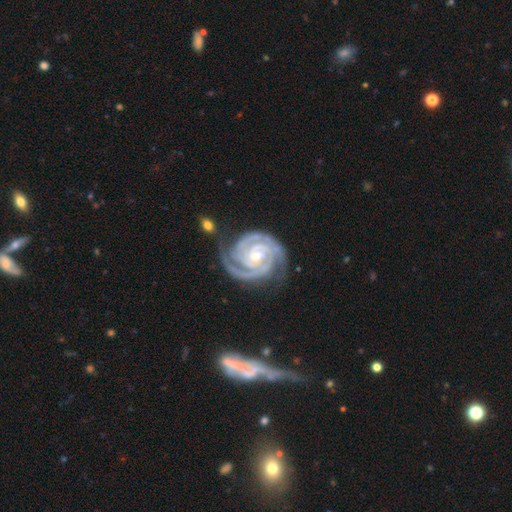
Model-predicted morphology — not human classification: The model was most divided on "bulge size": small: 51%, moderate: 46%, large: 2%, none: 1%, dominant: 1%. Remaining: spiral arms — yes (99%); edge-on disk — no (98%); smooth or featured — featured or disk (93%); spiral winding — tight (81%); merging — none (72%); spiral arm count — 2 (46%); bar — no (45%).